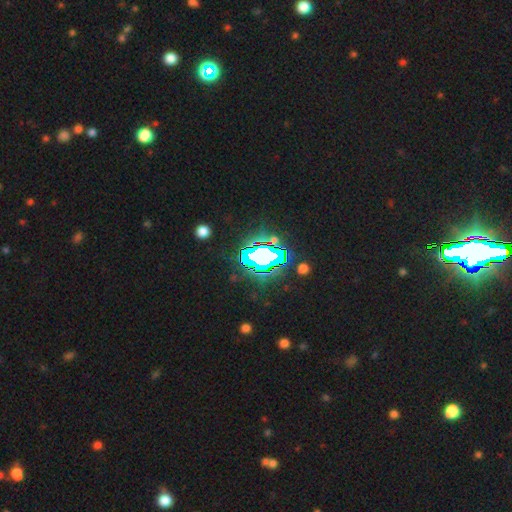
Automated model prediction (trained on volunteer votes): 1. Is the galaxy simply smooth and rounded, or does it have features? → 82% star or artifact, 11% smooth, 7% featured or disk.